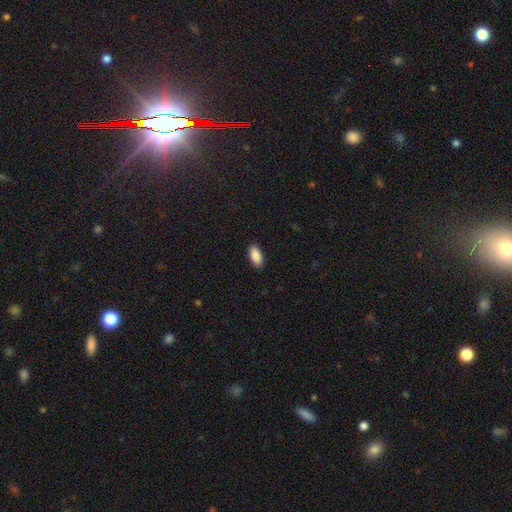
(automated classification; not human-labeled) Morphology: type=smooth (90%); roundness=in between (93%); merging=none (90%).